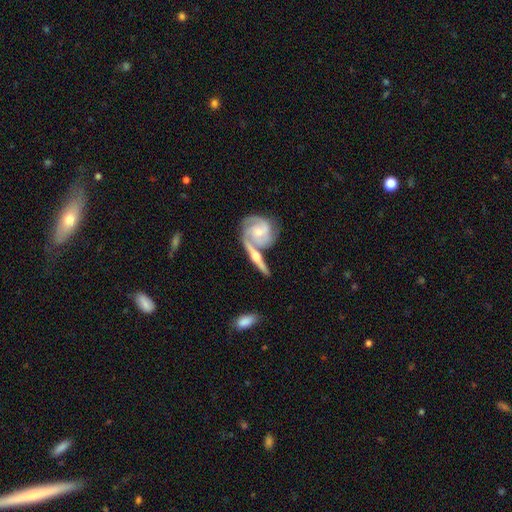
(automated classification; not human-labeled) This appears to be a featured or disk galaxy (78%) viewed edge-on (56%). Merging: none (49%).